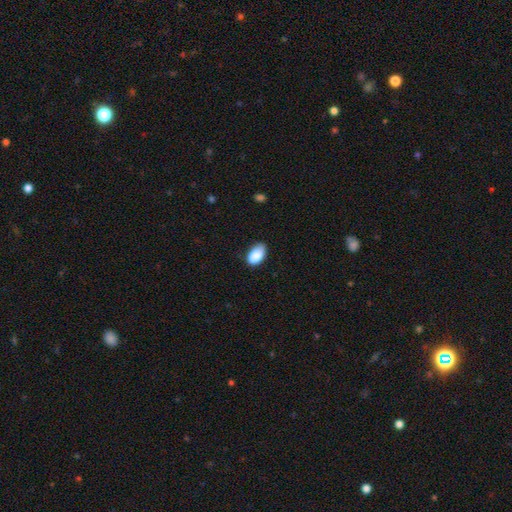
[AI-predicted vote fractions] smooth_or_featured: smooth (p=0.89) [alt: star or artifact p=0.07]
how_rounded: in between (p=0.94) [alt: round p=0.05]
merging: none (p=0.69) [alt: minor disturbance p=0.26]